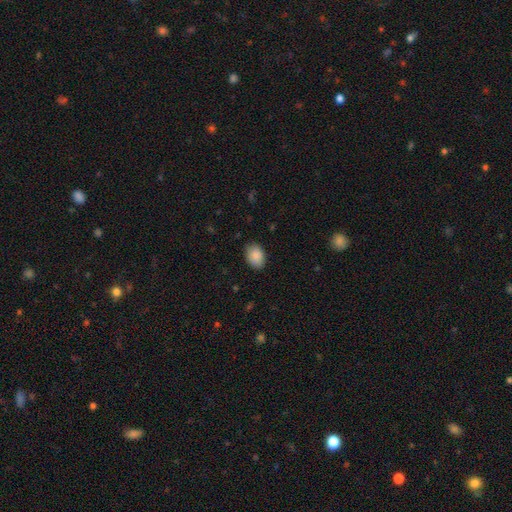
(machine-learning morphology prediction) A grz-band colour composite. It shows a smooth galaxy with no disk features (88%) that is in between round and cigar-shaped (81%). Merging: none (83%).